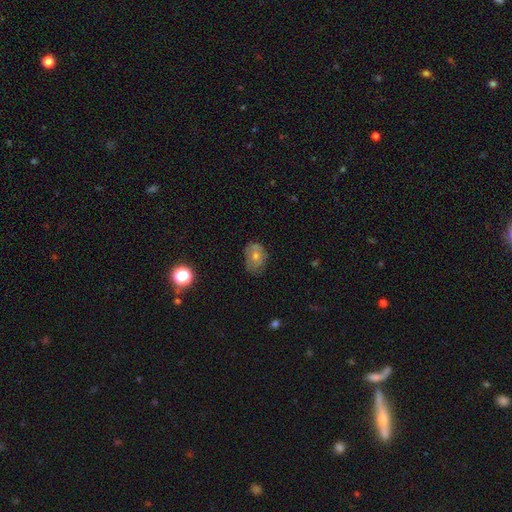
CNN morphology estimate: Smooth or featured? smooth (48%)
Merging? none (68%)